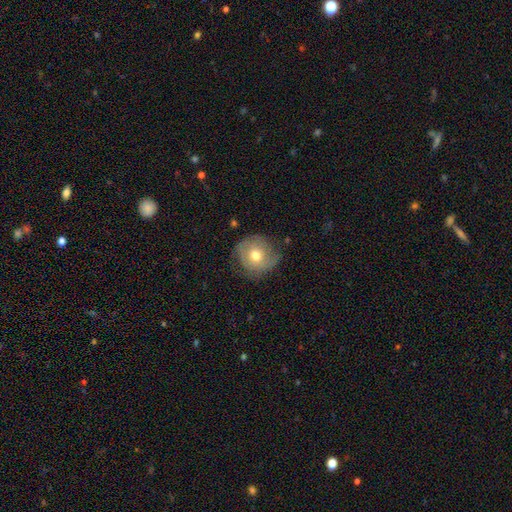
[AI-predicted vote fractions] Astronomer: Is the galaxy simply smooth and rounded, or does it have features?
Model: smooth — 58% (runner-up: featured or disk, 34%).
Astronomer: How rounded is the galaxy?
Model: round — 89%.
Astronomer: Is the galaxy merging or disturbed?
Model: none — 65%.